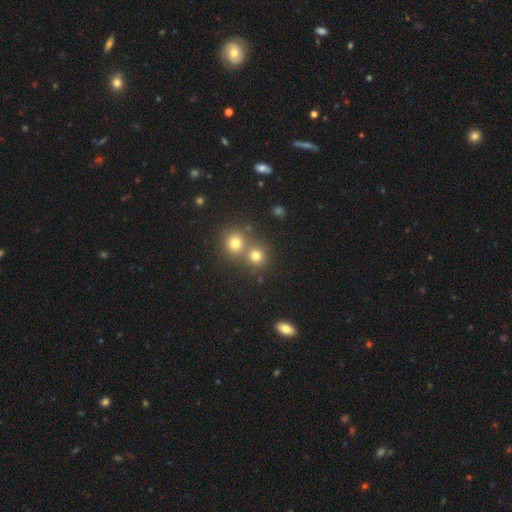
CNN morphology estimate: Smooth or featured?
  - smooth: 76% *
  - star or artifact: 16%
  - featured or disk: 8%
How rounded?
  - round: 89% *
  - in between: 10%
  - cigar-shaped: 1%
Merging?
  - none: 57% *
  - merger: 35%
  - minor disturbance: 6%
  - major disturbance: 2%